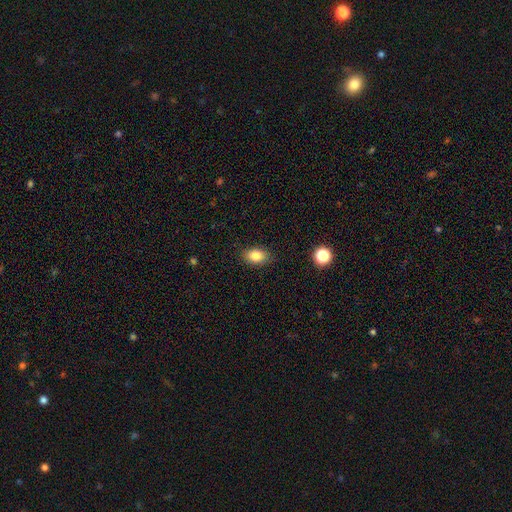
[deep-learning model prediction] smooth_or_featured: smooth (p=0.84) [alt: star or artifact p=0.09]
how_rounded: in between (p=0.84) [alt: round p=0.14]
merging: none (p=0.86) [alt: minor disturbance p=0.11]